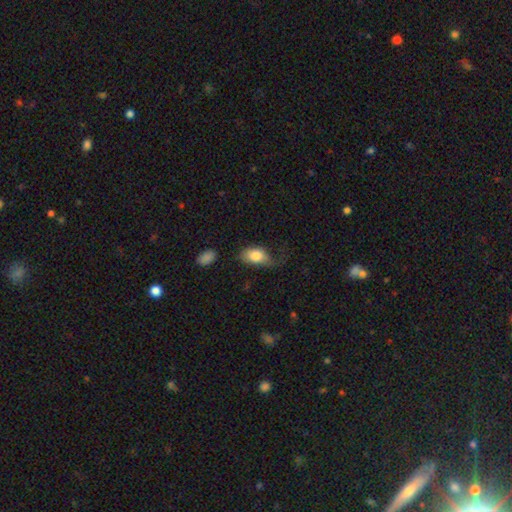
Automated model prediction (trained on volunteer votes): Smooth or featured? Predicted: smooth (p=0.79). How rounded? Predicted: in between (p=0.87). Merging? Predicted: major disturbance (p=0.34).